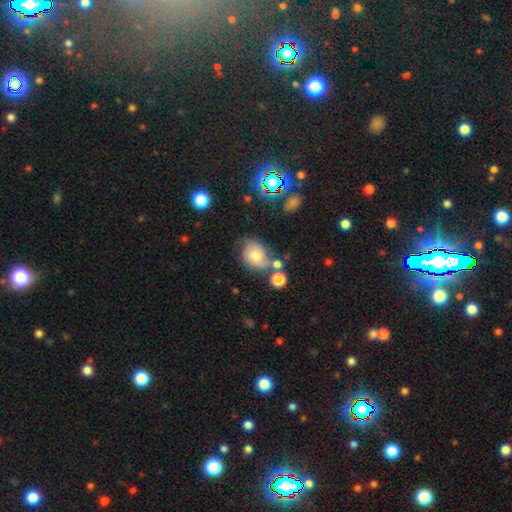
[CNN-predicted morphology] Q: Smooth or featured?
A: smooth (69%); runner-up: featured or disk (19%)
Q: How rounded?
A: in between (61%); runner-up: round (38%)
Q: Merging?
A: none (45%); runner-up: minor disturbance (27%)